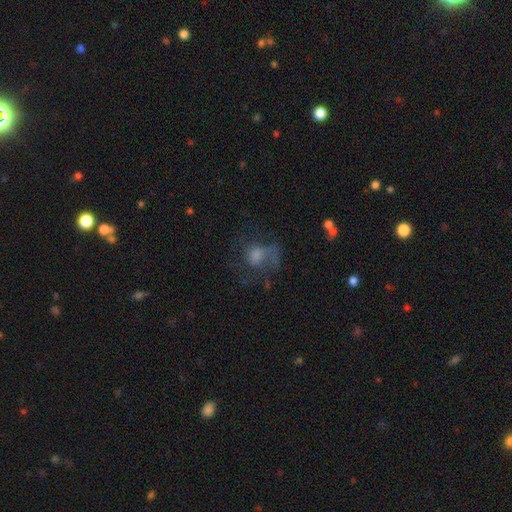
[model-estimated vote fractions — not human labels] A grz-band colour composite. It shows a featured or disk galaxy (45%). Merging: none (48%).